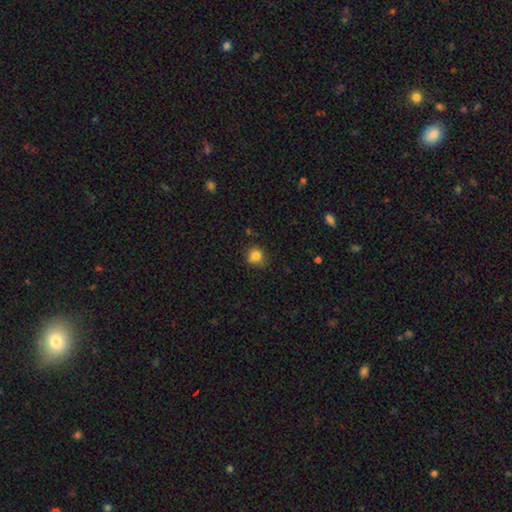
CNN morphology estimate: smooth_or_featured: smooth (p=0.83) [alt: star or artifact p=0.11]
how_rounded: round (p=0.85) [alt: in between p=0.14]
merging: none (p=0.80) [alt: minor disturbance p=0.16]